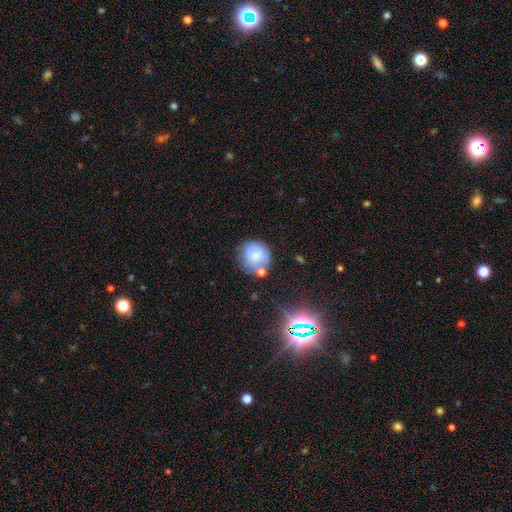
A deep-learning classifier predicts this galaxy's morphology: smooth 61%, featured or disk 28%, star or artifact 11%. Down the decision tree: how rounded — round (82%); merging — none (57%).